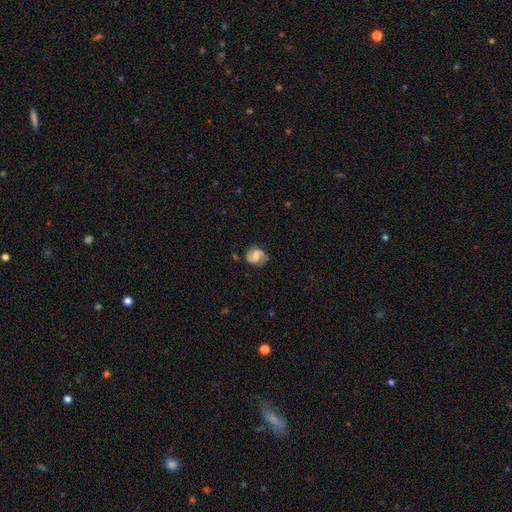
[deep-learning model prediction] This appears to be a featured or disk galaxy (71%) with a weak bar (50%), 2 (87%) medium (47%) spiral arms (93%) and a moderate central bulge (36%). Merging: none (73%).